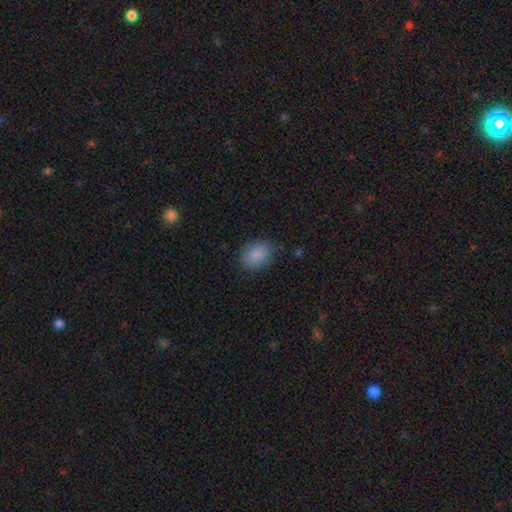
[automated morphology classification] Smooth or featured? Predicted: smooth (p=0.87). How rounded? Predicted: in between (p=0.67). Merging? Predicted: none (p=0.82).